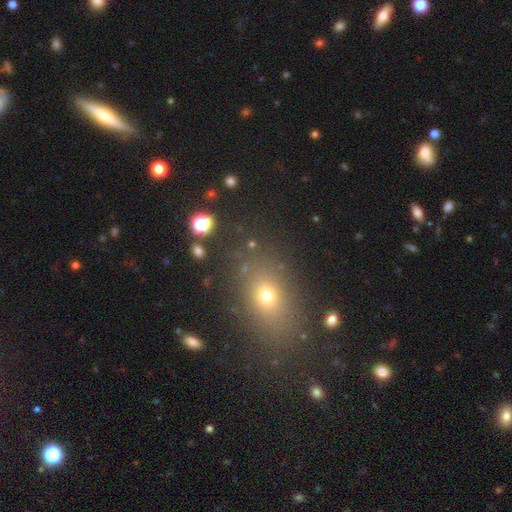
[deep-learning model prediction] smooth-or-featured: smooth: 59% | star or artifact: 25% | featured or disk: 15%
  how-rounded: in between: 68% | round: 26% | cigar-shaped: 5%
  merging: none: 83% | minor disturbance: 10% | major disturbance: 4% | merger: 3%